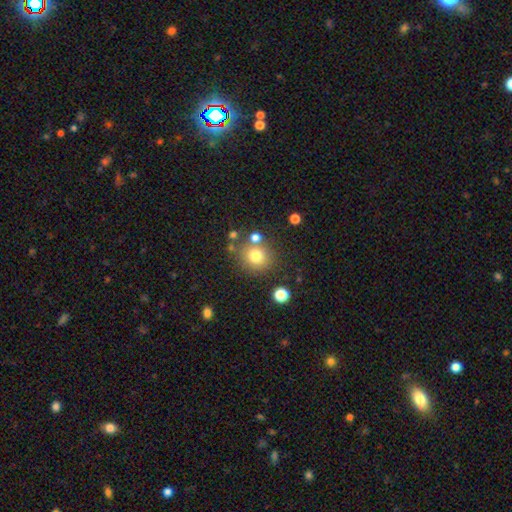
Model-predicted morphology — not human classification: A smooth galaxy with no disk features (76%) that is round (87%). Merging: none (75%).